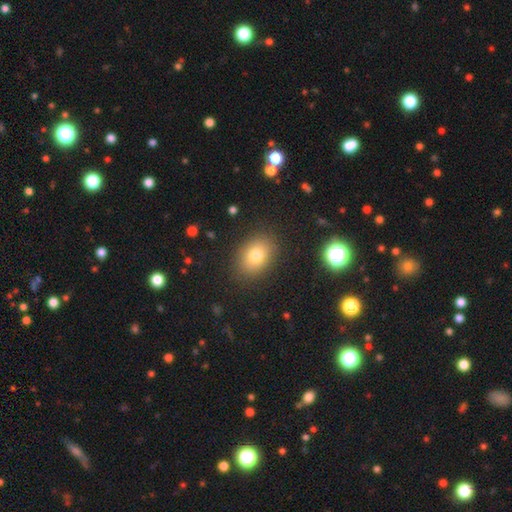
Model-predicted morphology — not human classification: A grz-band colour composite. It shows a smooth galaxy with no disk features (77%) that is in between round and cigar-shaped (67%). Merging: none (87%).